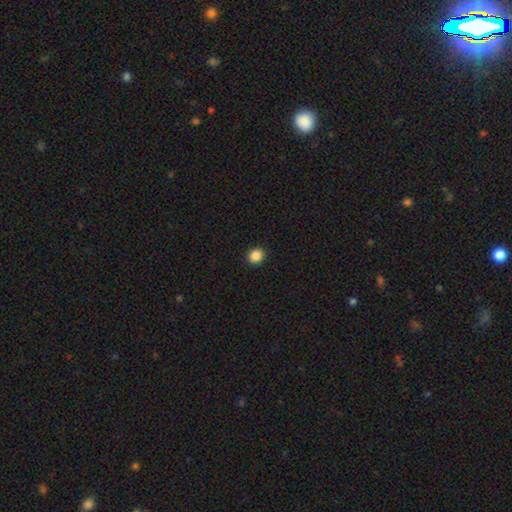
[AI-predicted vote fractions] This appears to be a smooth galaxy with no disk features (87%) that is round (84%). Merging: none (92%).